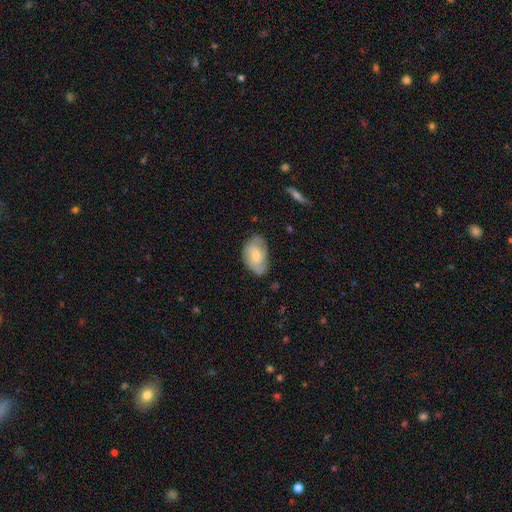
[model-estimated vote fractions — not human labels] The model was most divided on "smooth or featured": smooth: 55%, featured or disk: 39%, star or artifact: 6%. More confident: how rounded — in between (89%); merging — none (63%).